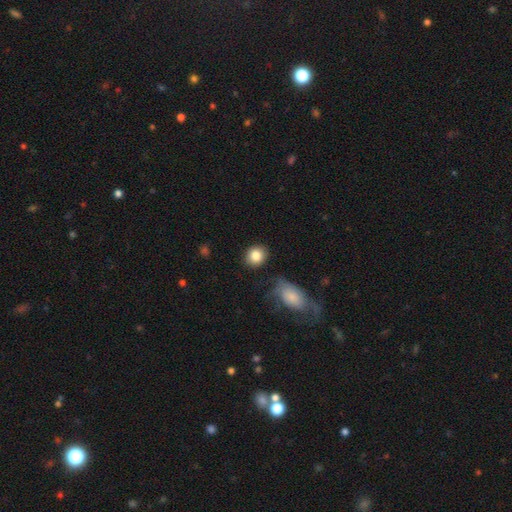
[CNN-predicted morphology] smooth_or_featured: smooth (p=0.85) [alt: star or artifact p=0.08]
how_rounded: round (p=0.75) [alt: in between p=0.24]
merging: none (p=0.84) [alt: minor disturbance p=0.09]